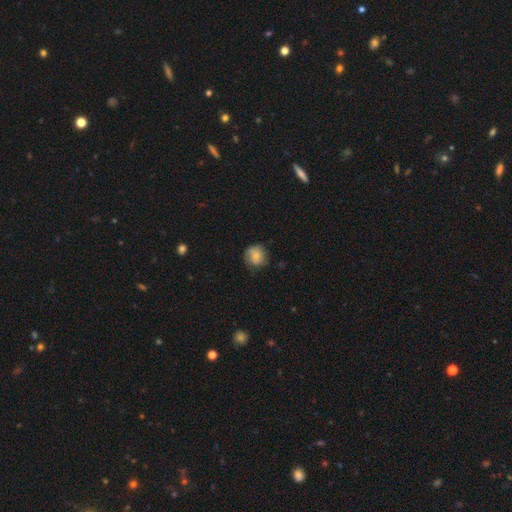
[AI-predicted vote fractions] Smooth or featured? Predicted: smooth (p=0.69). How rounded? Predicted: round (p=0.86). Merging? Predicted: none (p=0.69).